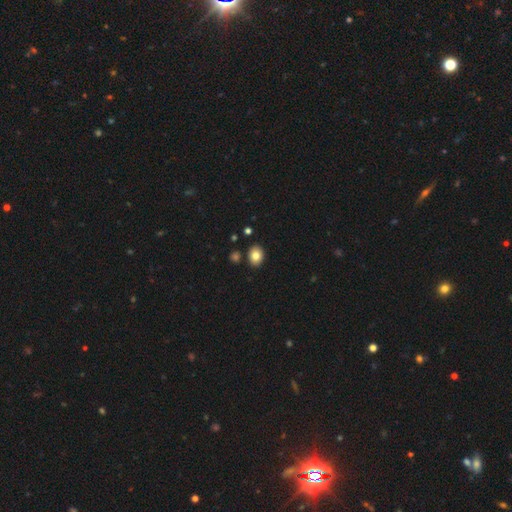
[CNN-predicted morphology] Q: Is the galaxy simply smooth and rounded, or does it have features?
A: smooth — 83%.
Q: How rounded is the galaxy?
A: in between — 60%.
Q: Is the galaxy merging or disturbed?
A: none — 87%.